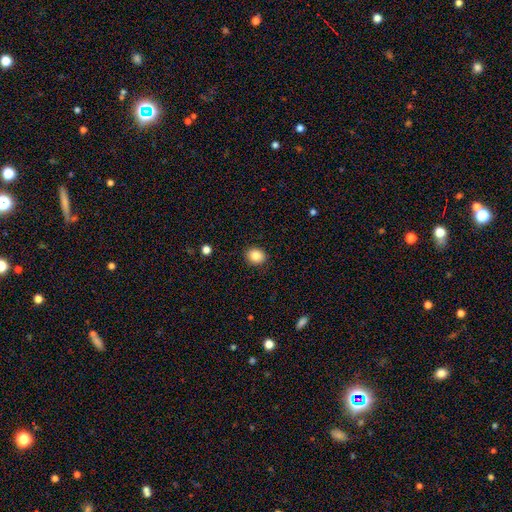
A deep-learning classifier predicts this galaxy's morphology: Smooth or featured?
  - smooth: 85% *
  - star or artifact: 9%
  - featured or disk: 5%
How rounded?
  - round: 64% *
  - in between: 35%
  - cigar-shaped: 1%
Merging?
  - none: 90% *
  - minor disturbance: 7%
  - major disturbance: 2%
  - merger: 1%